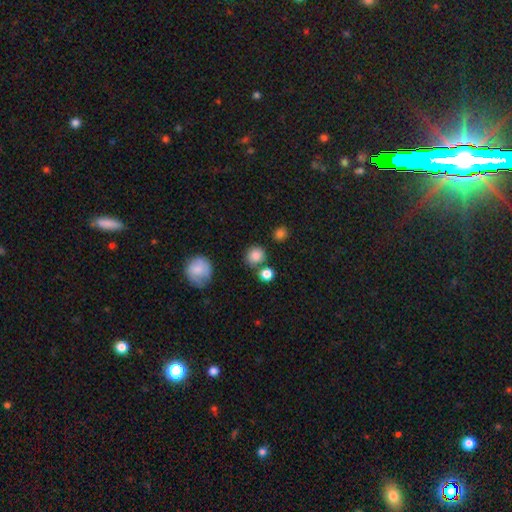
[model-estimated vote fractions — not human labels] Q: Smooth or featured?
A: smooth (84%); runner-up: star or artifact (11%)
Q: How rounded?
A: round (85%); runner-up: in between (14%)
Q: Merging?
A: none (74%); runner-up: merger (12%)